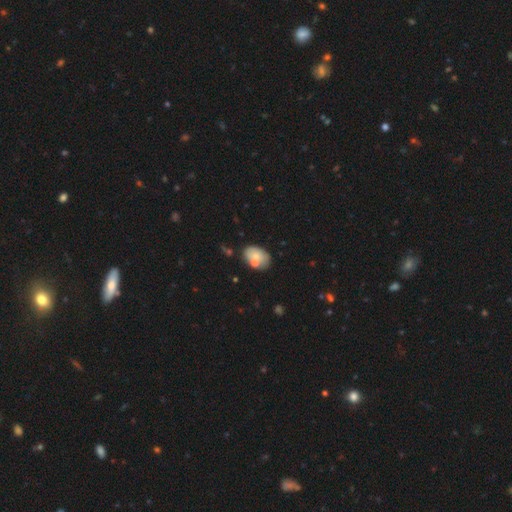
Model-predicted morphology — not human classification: type=smooth (69%); roundness=in between (86%); merging=none (58%).